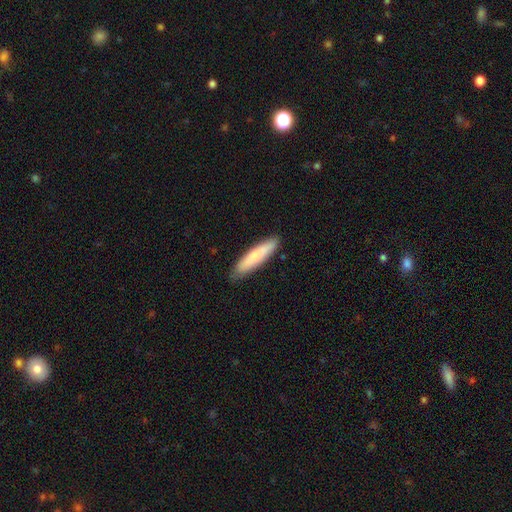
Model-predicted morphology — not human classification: A smooth galaxy with no disk features (76%) that is cigar-shaped (83%). Merging: none (87%).